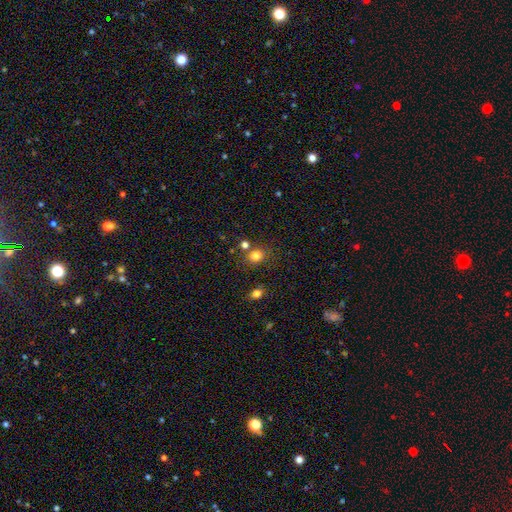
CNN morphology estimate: This appears to be a smooth galaxy with no disk features (80%) that is round (67%). Merging: none (71%).